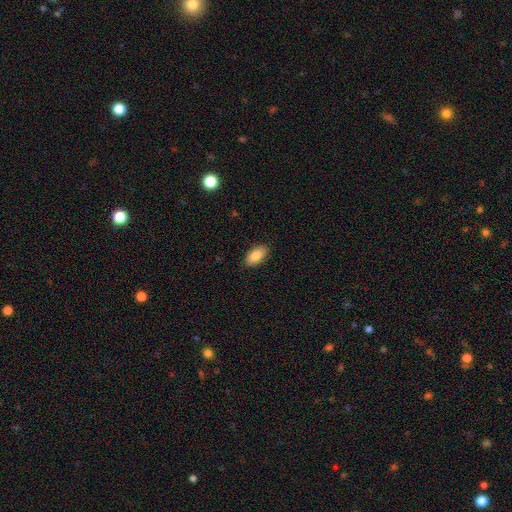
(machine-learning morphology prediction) This appears to be a smooth galaxy with no disk features (88%) that is in between round and cigar-shaped (93%). Merging: none (87%).